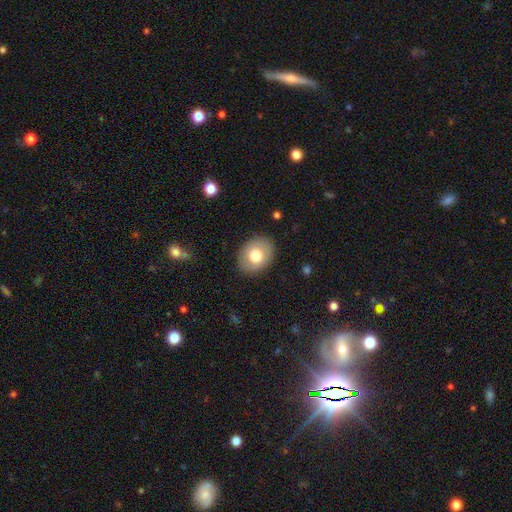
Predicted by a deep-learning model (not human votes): Smooth or featured: smooth — 73% (featured or disk — 19%)
How rounded: in between — 62% (round — 37%)
Merging: none — 87% (minor disturbance — 9%)